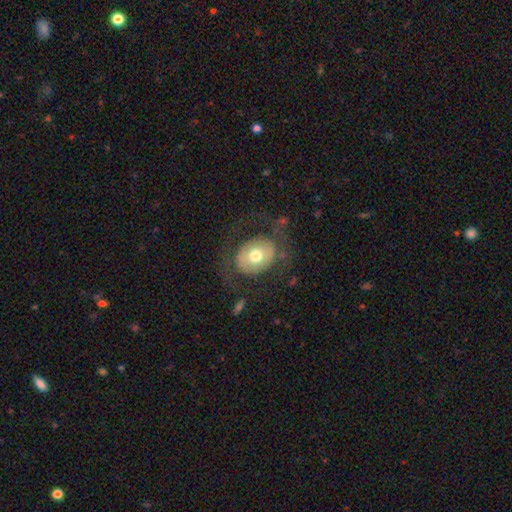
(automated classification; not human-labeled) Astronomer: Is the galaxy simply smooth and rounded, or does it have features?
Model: smooth — 53% (runner-up: featured or disk, 40%).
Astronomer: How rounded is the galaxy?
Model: in between — 51% (runner-up: round, 48%).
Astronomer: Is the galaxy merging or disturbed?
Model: none — 65%.